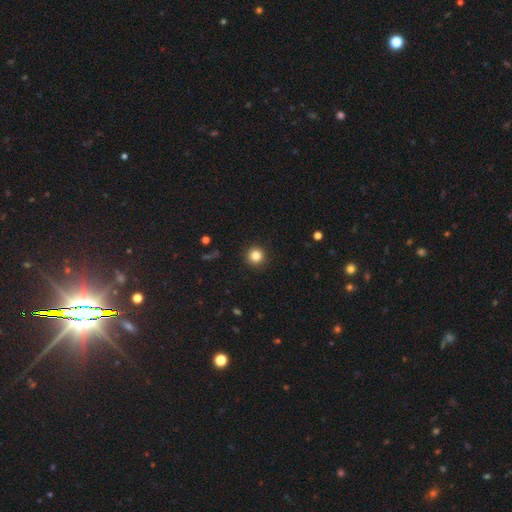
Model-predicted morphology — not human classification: Q: Smooth or featured?
A: smooth (85%); runner-up: star or artifact (11%)
Q: How rounded?
A: round (95%); runner-up: in between (4%)
Q: Merging?
A: none (92%); runner-up: minor disturbance (5%)